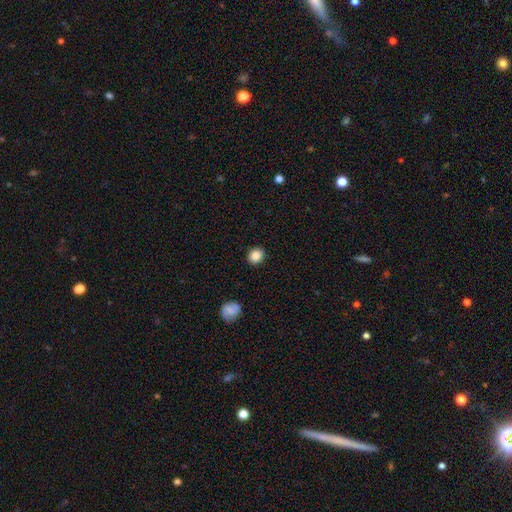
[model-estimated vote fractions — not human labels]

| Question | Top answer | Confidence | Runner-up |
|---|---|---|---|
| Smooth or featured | smooth | 86% | star or artifact (9%) |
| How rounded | round | 68% | in between (31%) |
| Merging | none | 90% | minor disturbance (7%) |